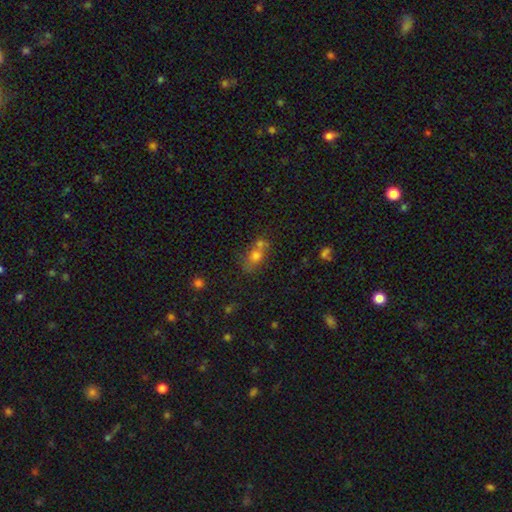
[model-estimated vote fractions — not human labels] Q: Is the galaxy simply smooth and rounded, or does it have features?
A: smooth — 66%.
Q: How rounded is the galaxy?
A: in between — 56%.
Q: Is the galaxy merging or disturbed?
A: merger — 42%.